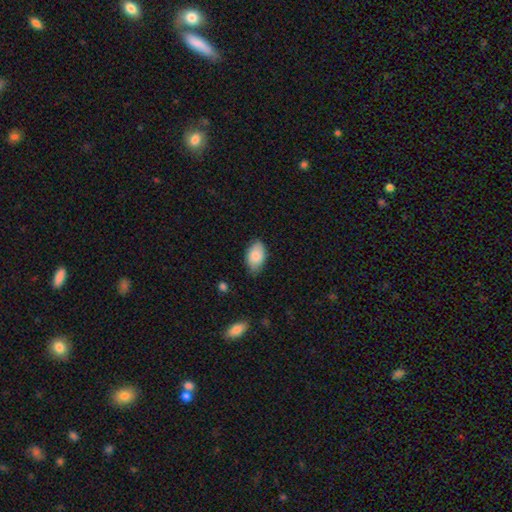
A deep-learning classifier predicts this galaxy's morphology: This is clearly a smooth galaxy (84%). How rounded: clearly in between (93%). Merging: likely none (77%).